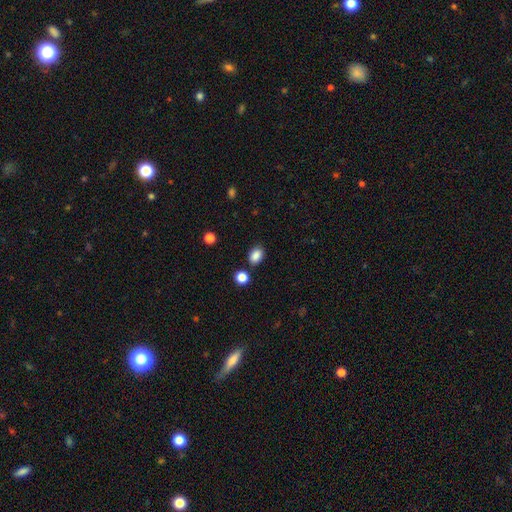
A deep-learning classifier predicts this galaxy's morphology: smooth_or_featured: smooth (p=0.86) [alt: star or artifact p=0.10]
how_rounded: in between (p=0.71) [alt: round p=0.28]
merging: none (p=0.82) [alt: minor disturbance p=0.11]